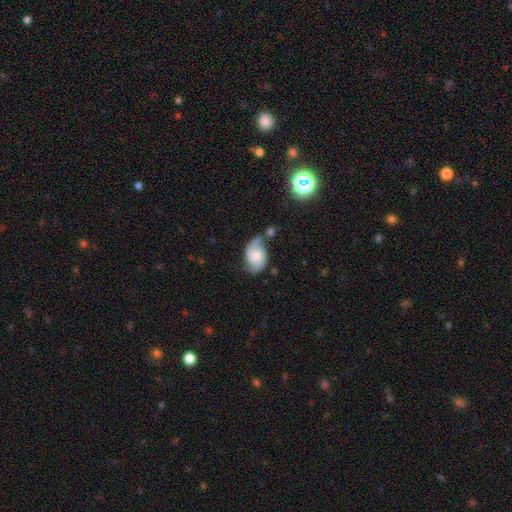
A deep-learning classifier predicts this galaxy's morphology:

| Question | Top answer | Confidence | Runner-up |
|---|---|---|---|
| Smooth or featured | featured or disk | 52% | smooth (40%) |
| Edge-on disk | no | 96% | yes (4%) |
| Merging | none | 41% | minor disturbance (31%) |